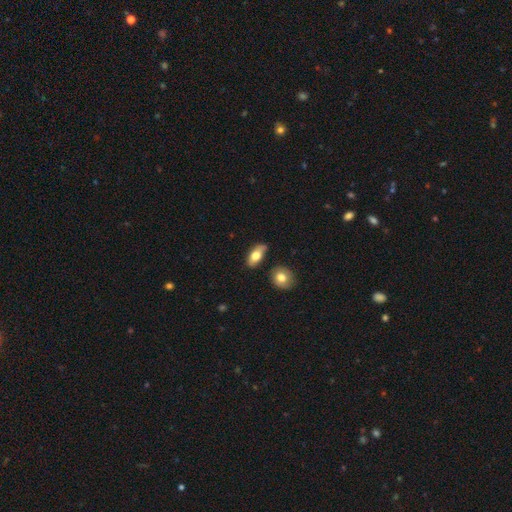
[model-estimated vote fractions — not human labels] smooth-or-featured: smooth: 72% | featured or disk: 22% | star or artifact: 6%
  how-rounded: in between: 85% | cigar-shaped: 11% | round: 5%
  merging: none: 77% | minor disturbance: 15% | merger: 5% | major disturbance: 3%